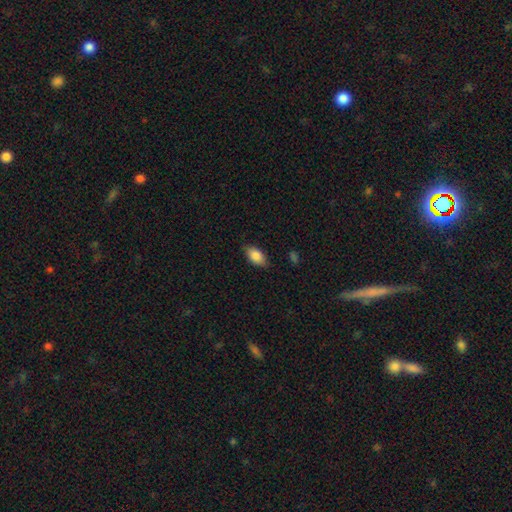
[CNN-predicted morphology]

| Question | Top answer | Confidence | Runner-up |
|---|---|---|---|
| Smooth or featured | smooth | 85% | featured or disk (8%) |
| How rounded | in between | 92% | round (6%) |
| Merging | none | 82% | minor disturbance (15%) |